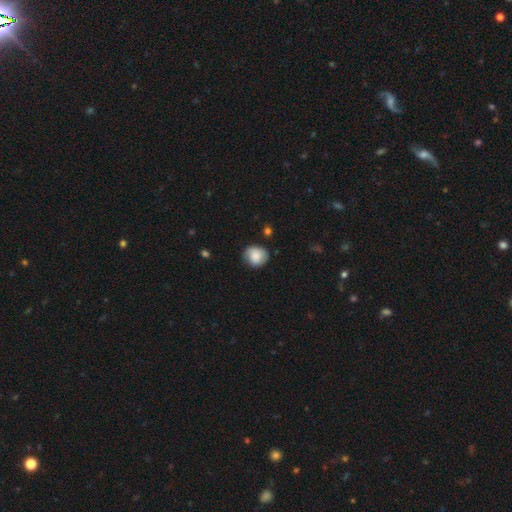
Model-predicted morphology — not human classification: Smooth or featured? smooth (79%)
How rounded? round (80%)
Merging? none (73%)